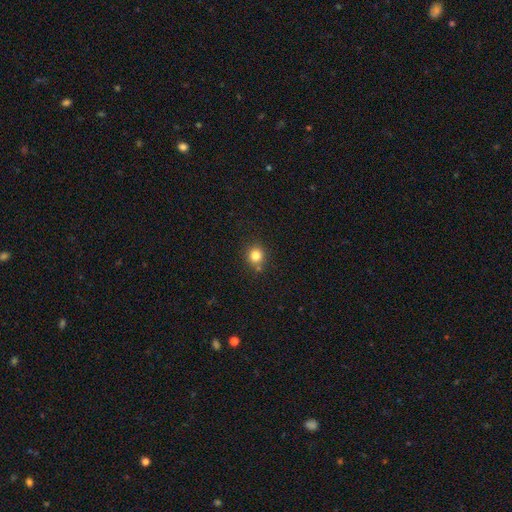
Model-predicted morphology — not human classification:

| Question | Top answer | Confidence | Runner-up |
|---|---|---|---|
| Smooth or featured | smooth | 81% | star or artifact (13%) |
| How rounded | round | 87% | in between (12%) |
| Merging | none | 79% | minor disturbance (11%) |